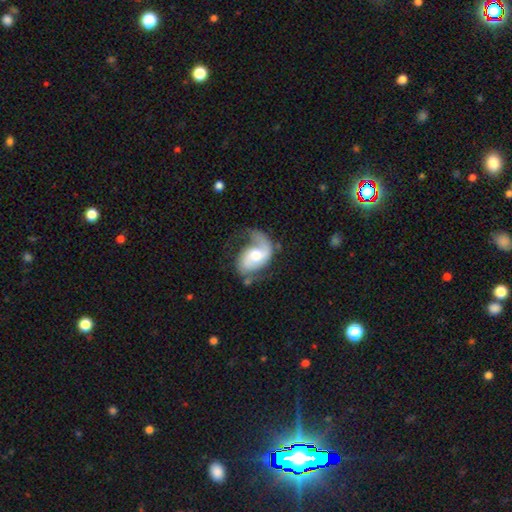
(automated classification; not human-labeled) Overall: featured or disk (79%). Edge-on disk: no (97%). Bar: no (48%; weak 41%). Spiral arms: yes (94%). Spiral arm count: 2 (61%; 1 33%). Spiral winding: loose (46%; medium 40%). Bulge size: moderate (57%; large 20%). Merging: none (42%; major disturbance 29%).